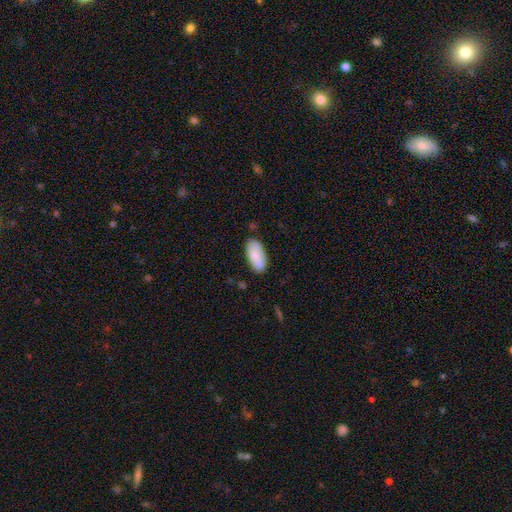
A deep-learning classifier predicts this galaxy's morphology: Smooth or featured?
  - smooth: 84% *
  - featured or disk: 10%
  - star or artifact: 6%
How rounded?
  - in between: 92% *
  - cigar-shaped: 6%
  - round: 2%
Merging?
  - none: 81% *
  - minor disturbance: 14%
  - major disturbance: 3%
  - merger: 2%